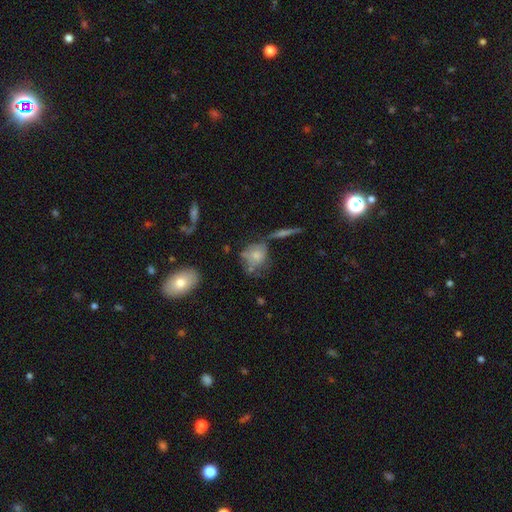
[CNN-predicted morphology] smooth 62%, featured or disk 28%, star or artifact 10%. Down the decision tree: how rounded — round (59%); merging — none (44%).